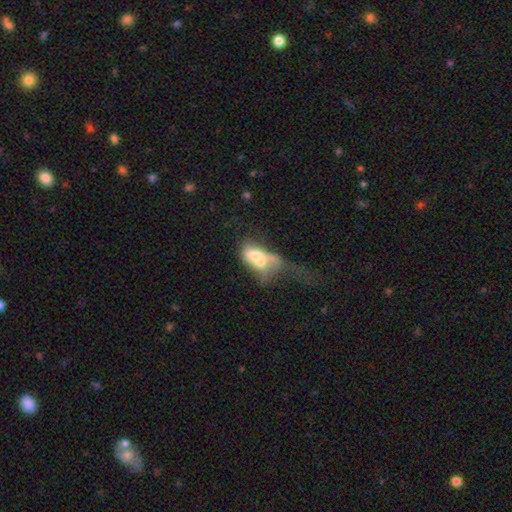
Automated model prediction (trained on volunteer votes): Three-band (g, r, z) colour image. It shows a smooth galaxy with no disk features (50%) that is in between round and cigar-shaped (77%). Merging: merger (68%).